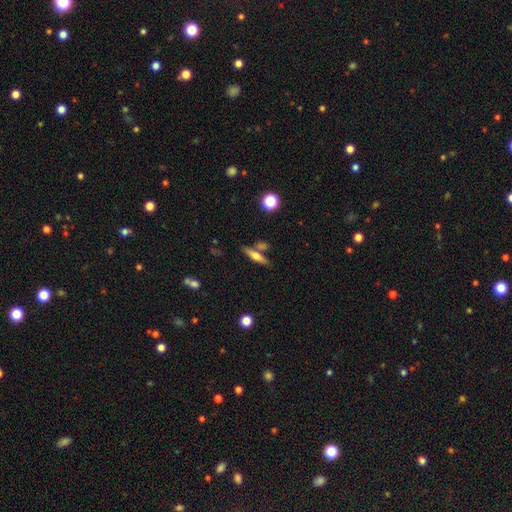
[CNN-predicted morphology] A featured or disk galaxy (46%, tied with smooth).

Vote fractions:
- Smooth or featured? featured or disk: 46% (tied) / smooth: 46% (tied) / star or artifact: 8%
- Merging? none: 71% / merger: 15% / minor disturbance: 11% / major disturbance: 3%